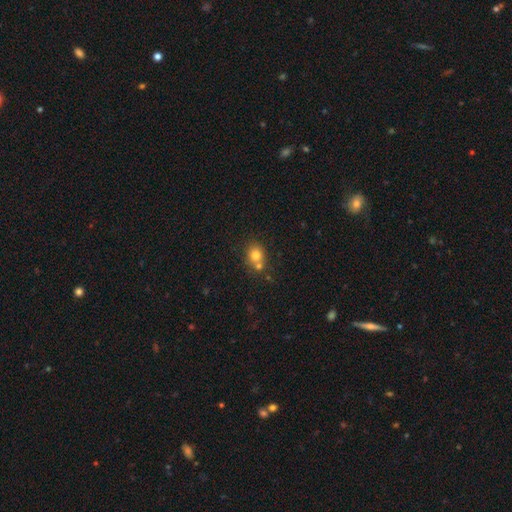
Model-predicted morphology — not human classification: Smooth or featured? Predicted: smooth (p=0.77). How rounded? Predicted: round (p=0.73). Merging? Predicted: none (p=0.53).